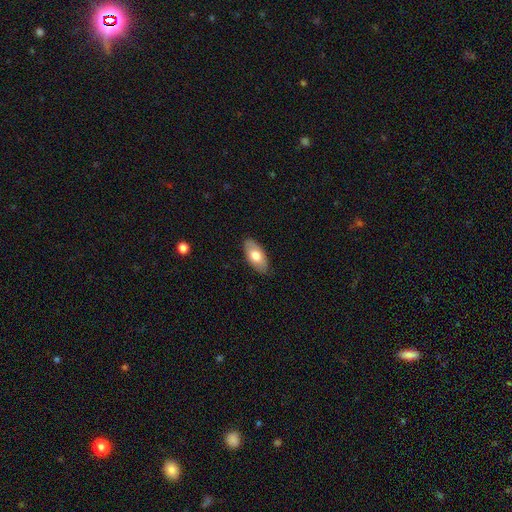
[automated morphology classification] Overall: smooth (72%). How rounded: in between (92%). Merging: none (86%).